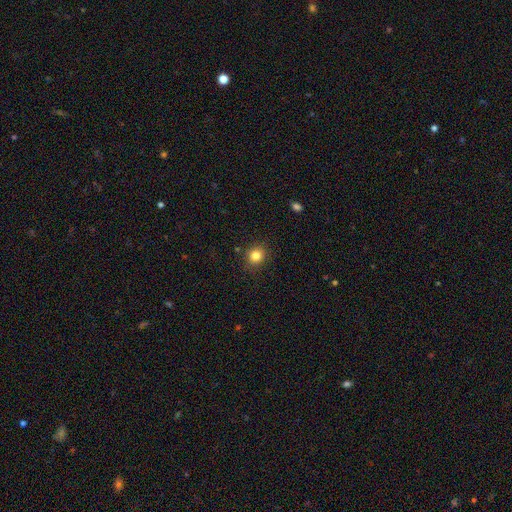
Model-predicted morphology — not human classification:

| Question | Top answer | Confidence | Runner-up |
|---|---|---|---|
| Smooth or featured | smooth | 82% | star or artifact (12%) |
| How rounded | round | 84% | in between (15%) |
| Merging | none | 87% | minor disturbance (9%) |